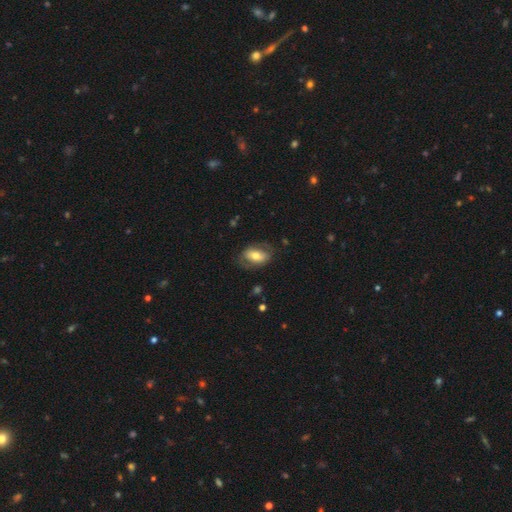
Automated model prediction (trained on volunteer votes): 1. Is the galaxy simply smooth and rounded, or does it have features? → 54% smooth, 39% featured or disk, 7% star or artifact.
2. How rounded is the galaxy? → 86% in between, 11% round, 3% cigar-shaped.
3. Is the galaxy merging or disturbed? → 69% none, 18% minor disturbance, 11% major disturbance, 1% merger.